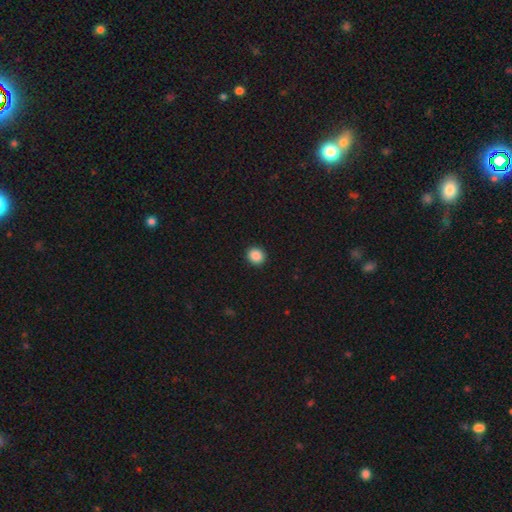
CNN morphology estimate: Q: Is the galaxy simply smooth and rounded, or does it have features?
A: smooth — 88%.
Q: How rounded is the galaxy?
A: round — 77%.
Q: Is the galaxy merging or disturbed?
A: none — 92%.